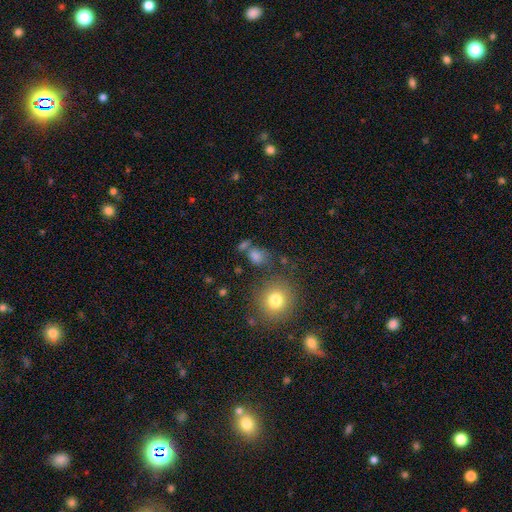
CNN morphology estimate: smooth 77%, star or artifact 15%, featured or disk 8%. Down the decision tree: how rounded — in between (54%); merging — none (57%).